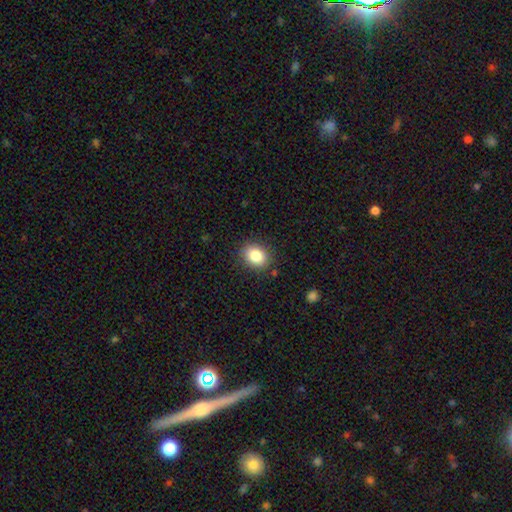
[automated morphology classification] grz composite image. It shows a smooth galaxy with no disk features (84%) that is in between round and cigar-shaped (51%). Merging: none (86%).